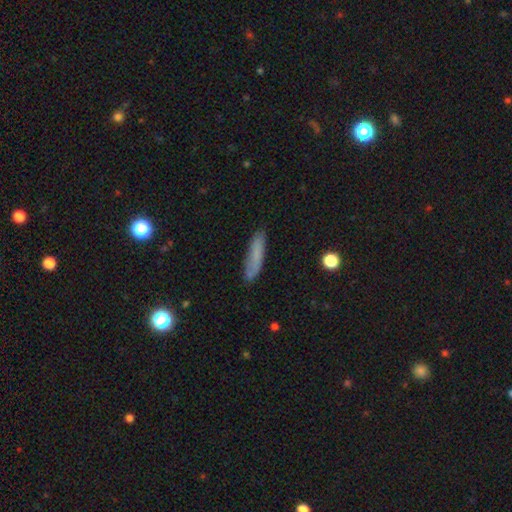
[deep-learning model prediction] Smooth or featured? smooth (72%)
How rounded? cigar-shaped (82%)
Merging? none (78%)